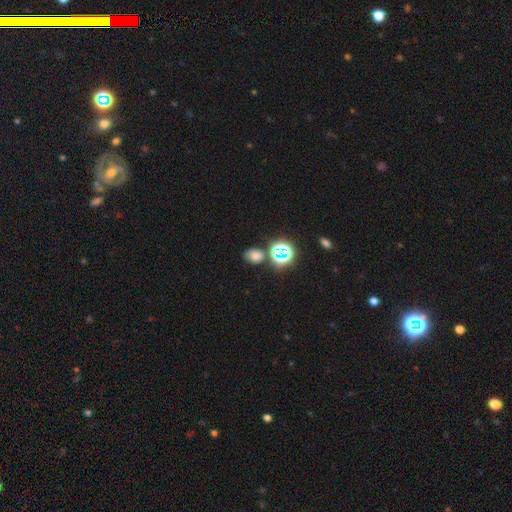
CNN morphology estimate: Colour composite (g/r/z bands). It shows a smooth galaxy with no disk features (65%) that is in between round and cigar-shaped (51%). Merging: none (69%).